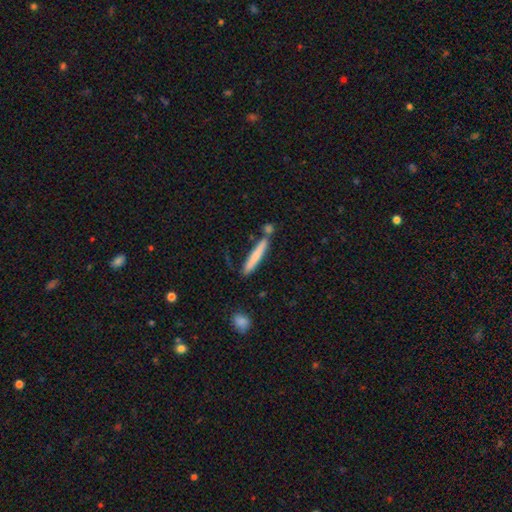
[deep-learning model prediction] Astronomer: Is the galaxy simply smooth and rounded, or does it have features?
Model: smooth — 71%.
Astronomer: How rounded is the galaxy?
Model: cigar-shaped — 94%.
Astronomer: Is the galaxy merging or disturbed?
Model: none — 71%.